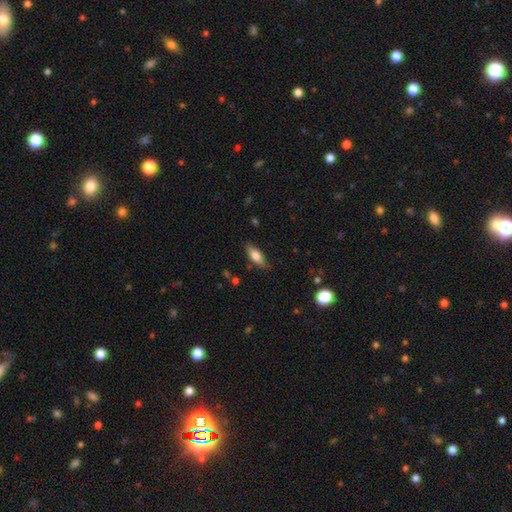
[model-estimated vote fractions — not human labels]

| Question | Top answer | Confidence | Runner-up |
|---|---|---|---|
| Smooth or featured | smooth | 76% | featured or disk (17%) |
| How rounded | in between | 75% | cigar-shaped (22%) |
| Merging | none | 82% | minor disturbance (14%) |